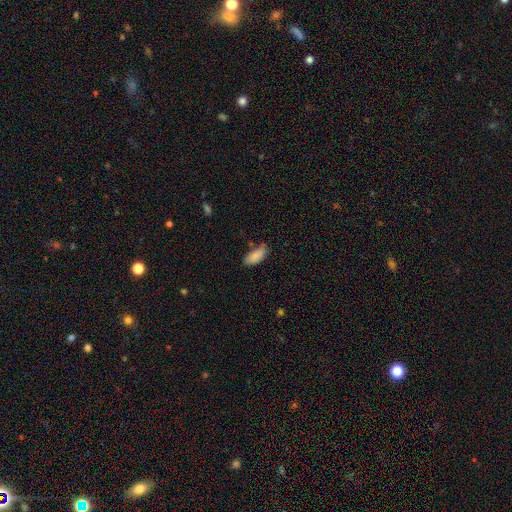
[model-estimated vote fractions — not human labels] Smooth or featured: smooth — 87% (star or artifact — 7%)
How rounded: in between — 87% (cigar-shaped — 11%)
Merging: none — 67% (minor disturbance — 24%)